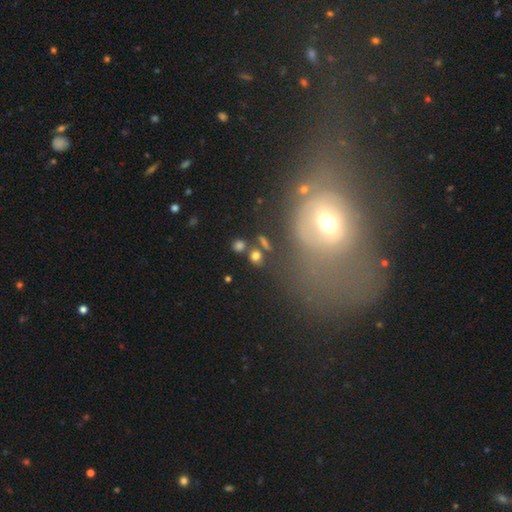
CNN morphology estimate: Overall: smooth (72%). How rounded: round (59%; in between 37%). Merging: none (73%).